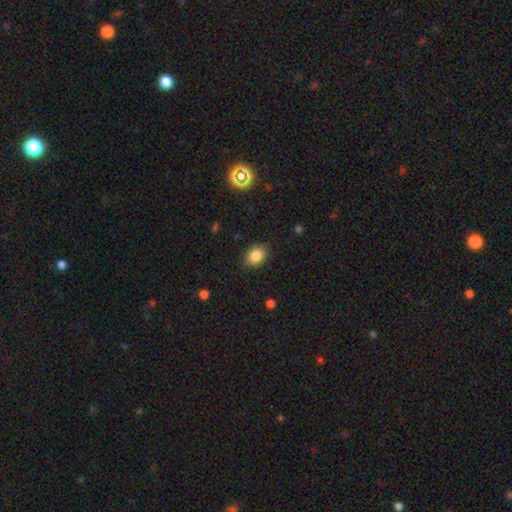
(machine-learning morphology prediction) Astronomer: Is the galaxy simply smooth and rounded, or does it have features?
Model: smooth — 84%.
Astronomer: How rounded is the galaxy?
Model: in between — 65%.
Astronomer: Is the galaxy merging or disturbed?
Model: none — 83%.